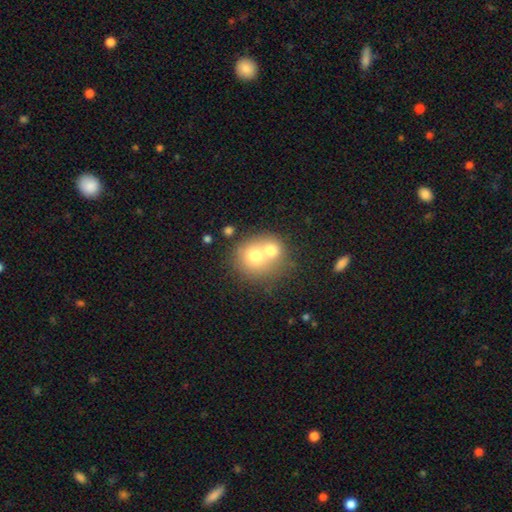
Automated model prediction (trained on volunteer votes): smooth_or_featured: smooth (p=0.67) [alt: featured or disk p=0.23]
how_rounded: round (p=0.78) [alt: in between p=0.21]
merging: merger (p=0.65) [alt: none p=0.26]